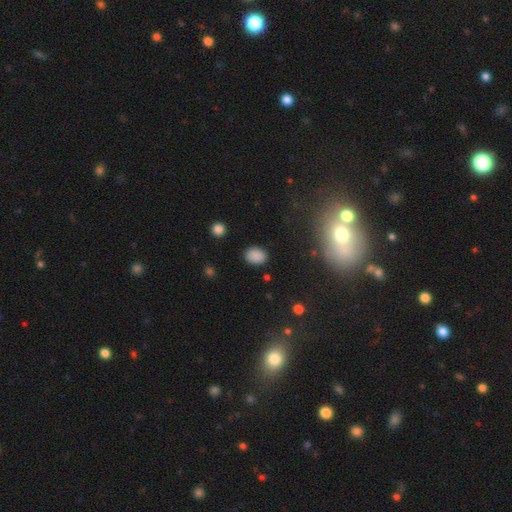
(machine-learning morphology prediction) smooth 85%, star or artifact 11%, featured or disk 4%. Down the decision tree: how rounded — in between (77%); merging — none (85%).